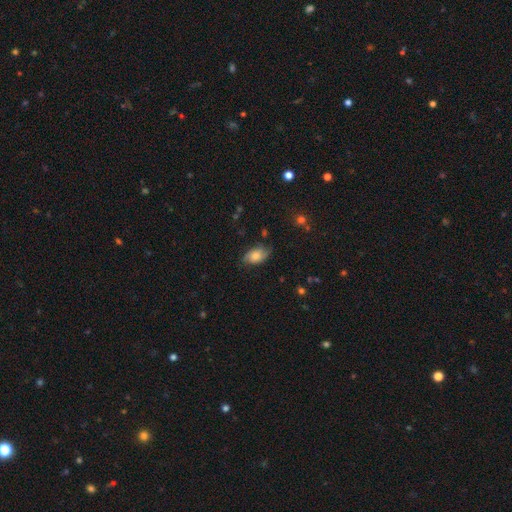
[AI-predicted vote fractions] Morphology: type=smooth (60%); roundness=in between (90%); merging=none (69%).